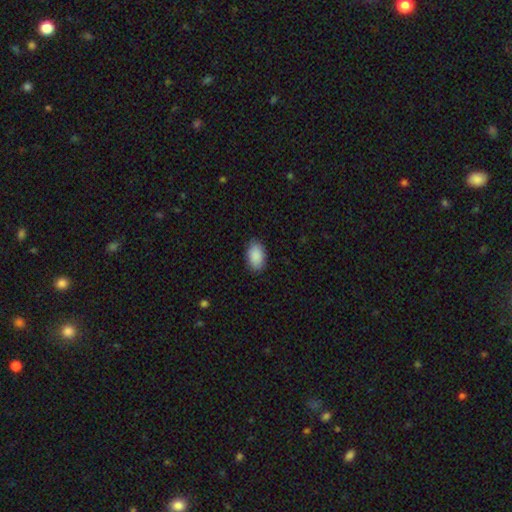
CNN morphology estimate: A smooth galaxy with no disk features (91%) that is in between round and cigar-shaped (93%).

Vote fractions:
- Smooth or featured? smooth: 91% / star or artifact: 6% / featured or disk: 3%
- How rounded? in between: 93% / round: 6% / cigar-shaped: 1%
- Merging? none: 88% / minor disturbance: 9% / major disturbance: 2% / merger: 1%